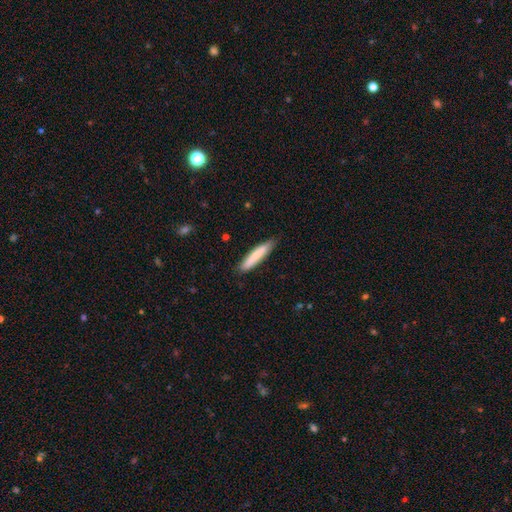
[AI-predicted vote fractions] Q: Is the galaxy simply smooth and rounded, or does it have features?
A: smooth — 74%.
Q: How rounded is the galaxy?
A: cigar-shaped — 87%.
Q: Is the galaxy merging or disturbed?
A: none — 85%.